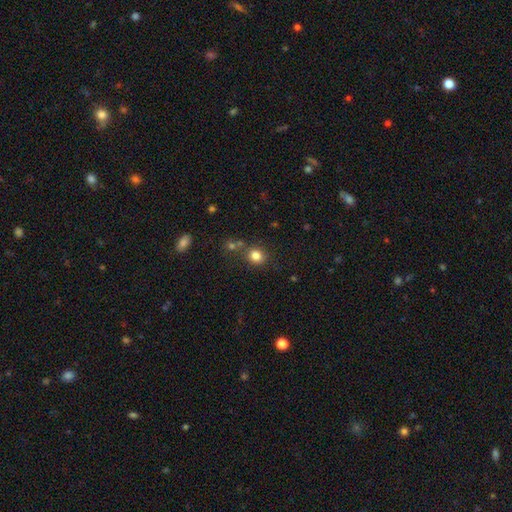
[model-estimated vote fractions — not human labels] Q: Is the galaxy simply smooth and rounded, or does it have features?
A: smooth — 81%.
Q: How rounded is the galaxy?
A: round — 79%.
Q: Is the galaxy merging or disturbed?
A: none — 75%.